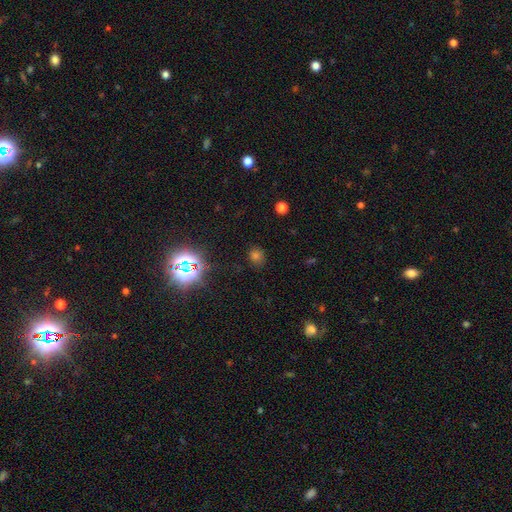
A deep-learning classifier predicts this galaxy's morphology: Overall: smooth (49%; star or artifact 44%). Merging: none (84%).